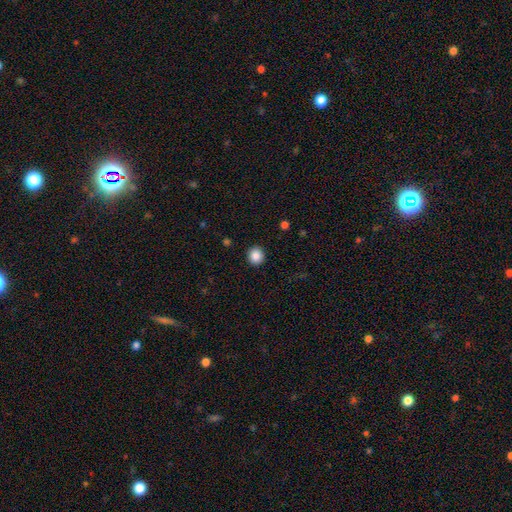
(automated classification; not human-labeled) smooth-or-featured: smooth: 87% | star or artifact: 9% | featured or disk: 3%
  how-rounded: round: 88% | in between: 11% | cigar-shaped: 1%
  merging: none: 92% | minor disturbance: 5% | major disturbance: 2% | merger: 1%